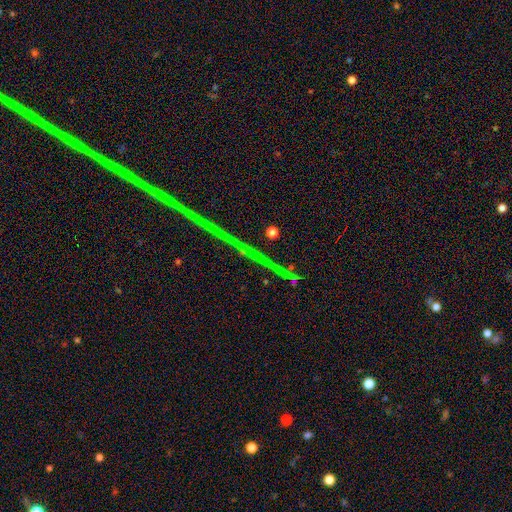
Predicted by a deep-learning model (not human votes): Smooth or featured? star or artifact (87%)